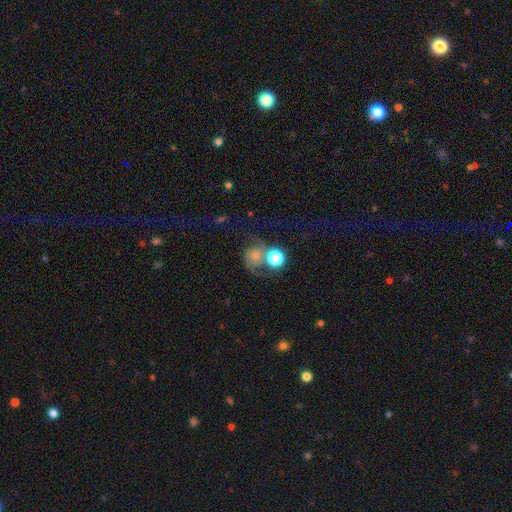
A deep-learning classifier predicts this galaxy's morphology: Overall: featured or disk (51%; smooth 36%). Edge-on disk: no (97%). Merging: none (37%; merger 31%).